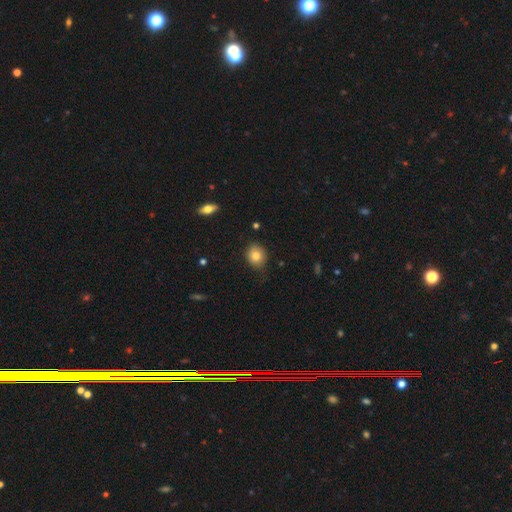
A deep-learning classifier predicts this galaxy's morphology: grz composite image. It shows a smooth galaxy with no disk features (80%) that is round (68%). Merging: none (78%).